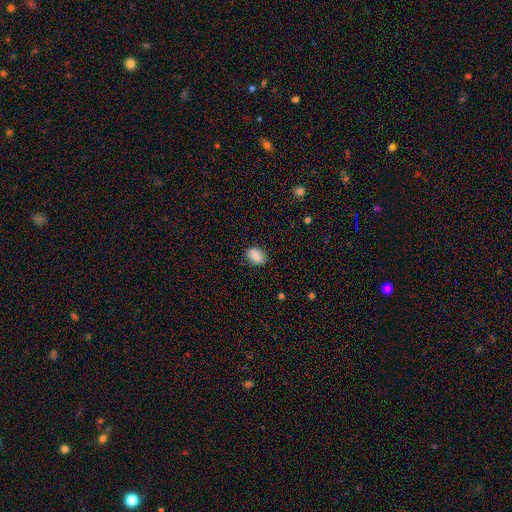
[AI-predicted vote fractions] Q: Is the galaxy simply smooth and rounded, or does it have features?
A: smooth — 86%.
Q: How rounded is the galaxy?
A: in between — 81%.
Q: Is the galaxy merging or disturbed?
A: none — 85%.